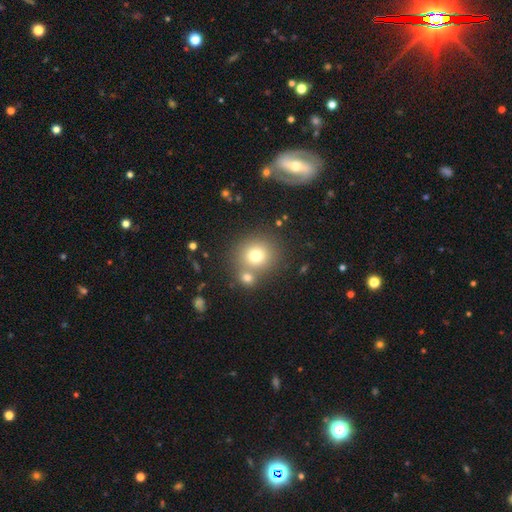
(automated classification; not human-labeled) Smooth or featured: smooth — 74% (star or artifact — 14%)
How rounded: round — 87% (in between — 12%)
Merging: none — 62% (merger — 26%)